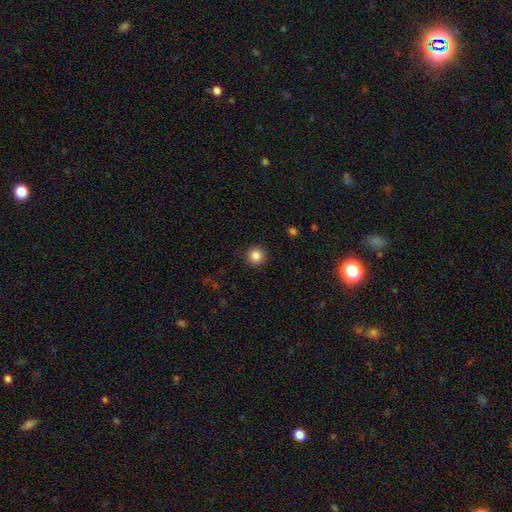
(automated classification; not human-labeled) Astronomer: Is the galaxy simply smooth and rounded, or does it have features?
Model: smooth — 85%.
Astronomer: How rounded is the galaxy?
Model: round — 95%.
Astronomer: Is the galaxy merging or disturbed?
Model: none — 92%.